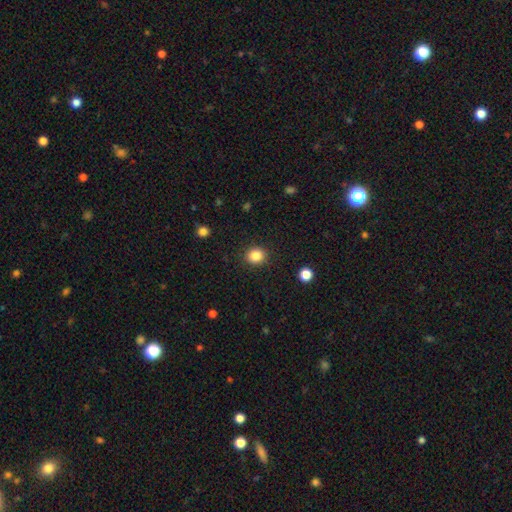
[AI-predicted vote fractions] Smooth or featured?
  - smooth: 84% *
  - star or artifact: 11%
  - featured or disk: 5%
How rounded?
  - round: 81% *
  - in between: 18%
  - cigar-shaped: 1%
Merging?
  - none: 91% *
  - minor disturbance: 6%
  - major disturbance: 2%
  - merger: 1%